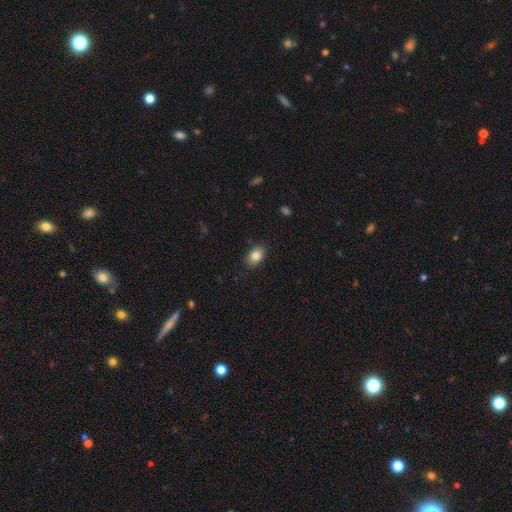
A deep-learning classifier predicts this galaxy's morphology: This appears to be a smooth galaxy with no disk features (85%) that is in between round and cigar-shaped (82%). Merging: none (85%).